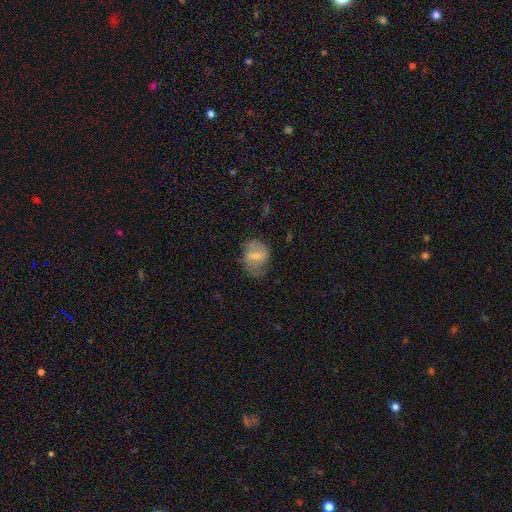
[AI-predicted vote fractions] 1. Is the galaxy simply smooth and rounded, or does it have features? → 53% featured or disk, 40% smooth, 7% star or artifact.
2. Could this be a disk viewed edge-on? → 96% no, 4% yes.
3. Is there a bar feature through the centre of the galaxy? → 50% weak, 30% strong, 19% no.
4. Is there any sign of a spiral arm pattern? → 68% yes, 32% no.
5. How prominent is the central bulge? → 50% small, 40% moderate, 6% none, 3% large, 1% dominant.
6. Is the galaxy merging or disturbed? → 54% none, 29% minor disturbance, 15% major disturbance, 2% merger.